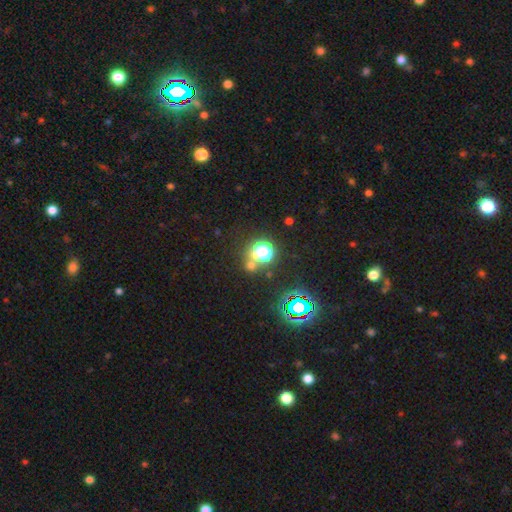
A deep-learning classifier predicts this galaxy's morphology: Smooth or featured? Predicted: smooth (p=0.49). Merging? Predicted: none (p=0.58).